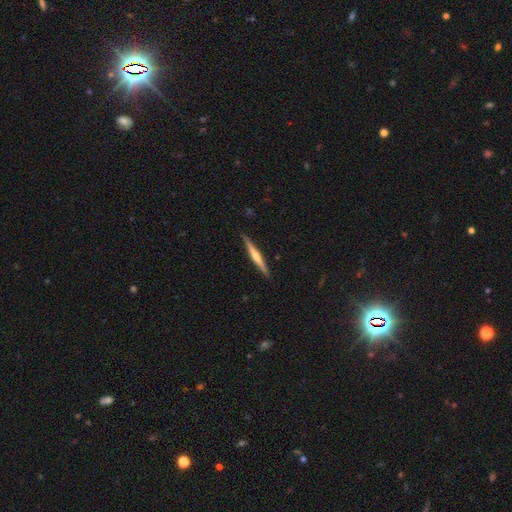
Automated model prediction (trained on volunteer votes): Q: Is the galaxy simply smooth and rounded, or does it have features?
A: featured or disk — 68%.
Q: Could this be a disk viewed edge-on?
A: yes — 98%.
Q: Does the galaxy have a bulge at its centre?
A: rounded — 81%.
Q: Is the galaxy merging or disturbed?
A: none — 91%.